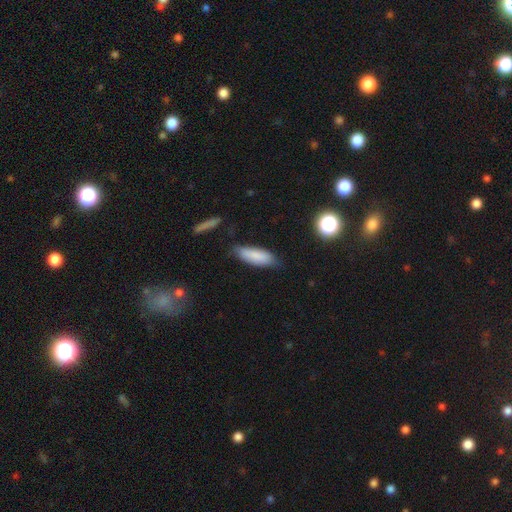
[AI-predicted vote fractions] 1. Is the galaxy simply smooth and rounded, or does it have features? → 83% smooth, 10% featured or disk, 7% star or artifact.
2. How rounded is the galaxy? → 62% in between, 36% cigar-shaped, 2% round.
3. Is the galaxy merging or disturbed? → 71% none, 21% minor disturbance, 5% major disturbance, 3% merger.